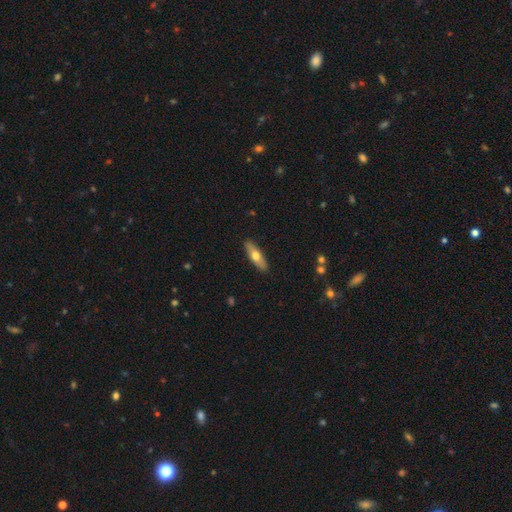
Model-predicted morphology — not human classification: smooth 58%, featured or disk 36%, star or artifact 5%. Down the decision tree: how rounded — cigar-shaped (49%); merging — none (90%).